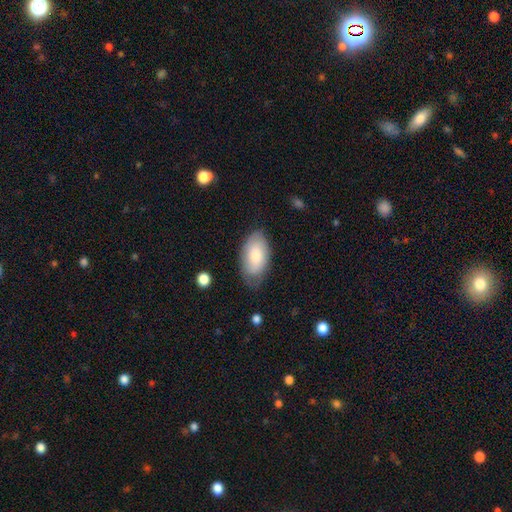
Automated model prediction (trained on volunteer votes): smooth 76%, featured or disk 18%, star or artifact 6%. Down the decision tree: how rounded — in between (95%); merging — none (69%).